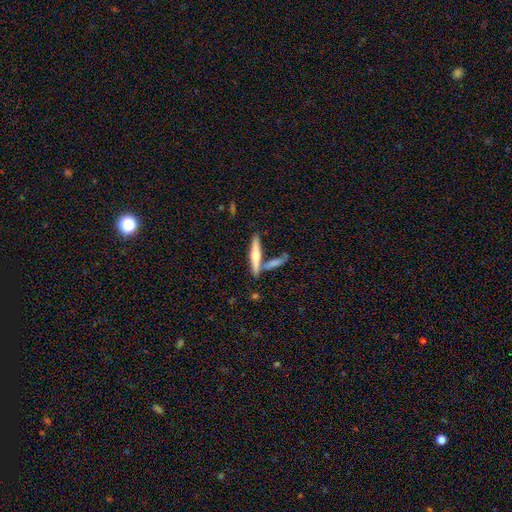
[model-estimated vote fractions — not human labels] smooth-or-featured: featured or disk: 56% | smooth: 38% | star or artifact: 6%
  disk-edge-on: yes: 95% | no: 5%
    edge-on-bulge: rounded: 88% | none: 7% | boxy: 5%
  merging: none: 65% | merger: 22% | minor disturbance: 10% | major disturbance: 3%